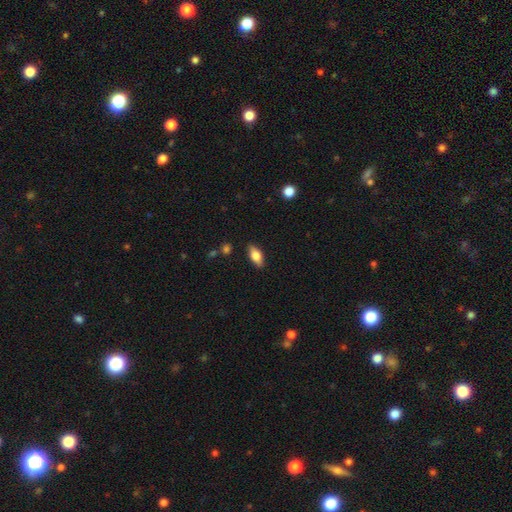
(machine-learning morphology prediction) This appears to be a smooth galaxy with no disk features (74%) that is in between round and cigar-shaped (85%). Merging: none (87%).